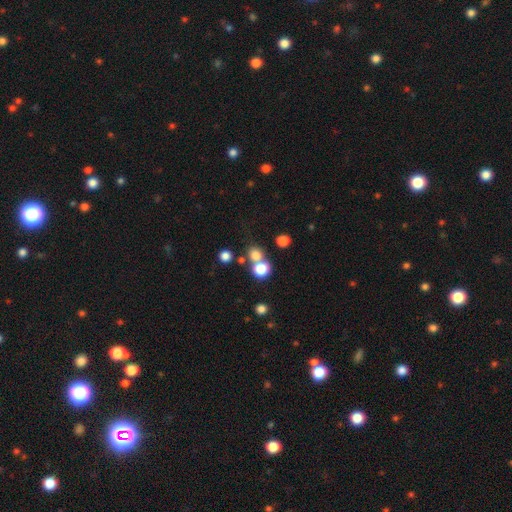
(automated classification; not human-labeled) This appears to be a smooth galaxy with no disk features (76%) that is round (83%). Merging: none (53%).